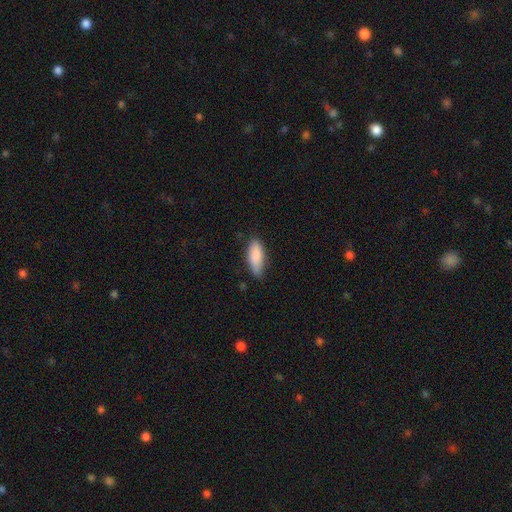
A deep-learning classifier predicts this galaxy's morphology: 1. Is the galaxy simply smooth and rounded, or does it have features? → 88% smooth, 7% featured or disk, 6% star or artifact.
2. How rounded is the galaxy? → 77% in between, 21% cigar-shaped, 2% round.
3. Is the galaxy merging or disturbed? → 72% none, 24% minor disturbance, 3% major disturbance, 1% merger.